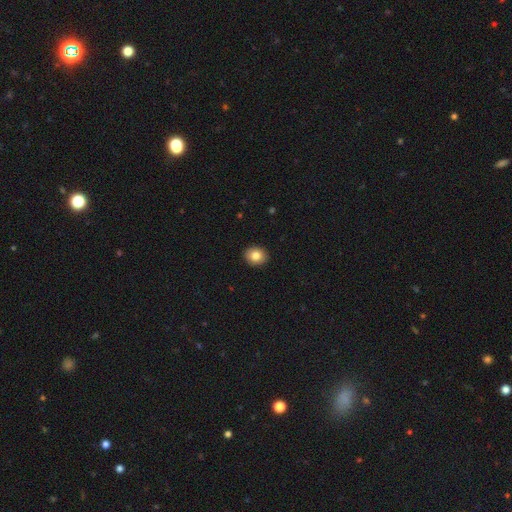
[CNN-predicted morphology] Smooth or featured: smooth — 82% (star or artifact — 9%)
How rounded: round — 63% (in between — 36%)
Merging: none — 92% (minor disturbance — 6%)